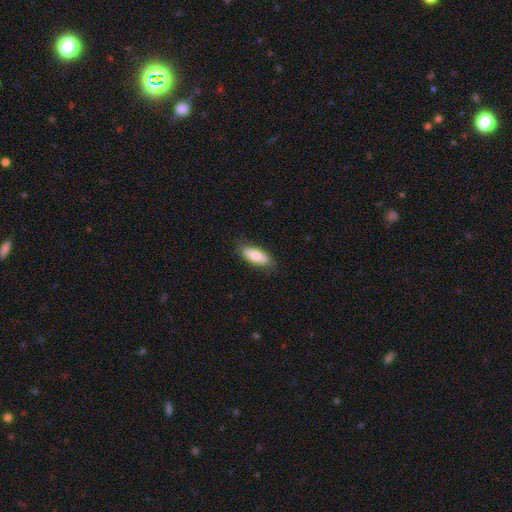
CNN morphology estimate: A smooth galaxy with no disk features (77%) that is in between round and cigar-shaped (78%).

Vote fractions:
- Smooth or featured? smooth: 77% / featured or disk: 17% / star or artifact: 6%
- How rounded? in between: 78% / cigar-shaped: 20% / round: 2%
- Merging? none: 81% / minor disturbance: 15% / major disturbance: 3% / merger: 1%